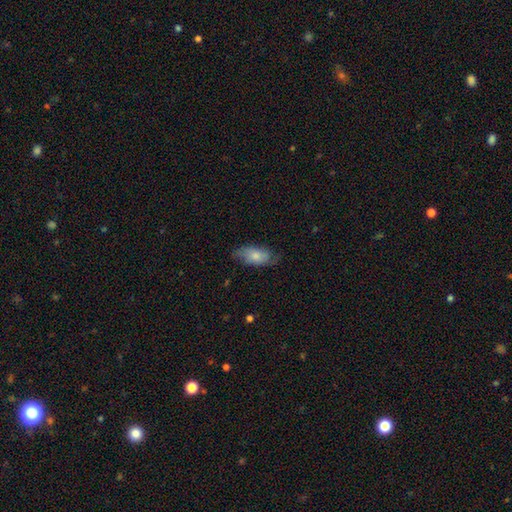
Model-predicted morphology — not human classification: A smooth galaxy with no disk features (68%) that is in between round and cigar-shaped (87%). Merging: none (68%).